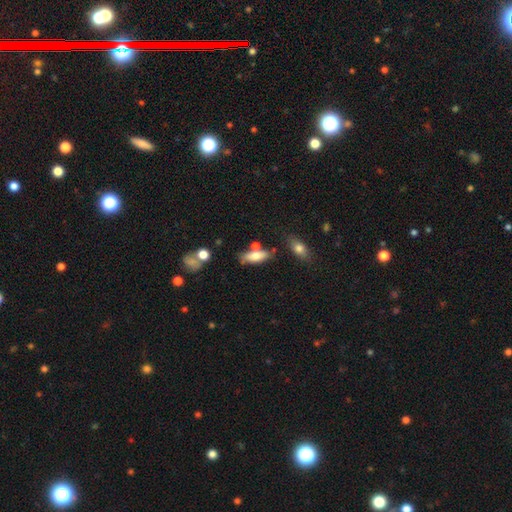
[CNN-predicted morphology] smooth 72%, featured or disk 20%, star or artifact 7%. Down the decision tree: how rounded — in between (67%); merging — none (60%).